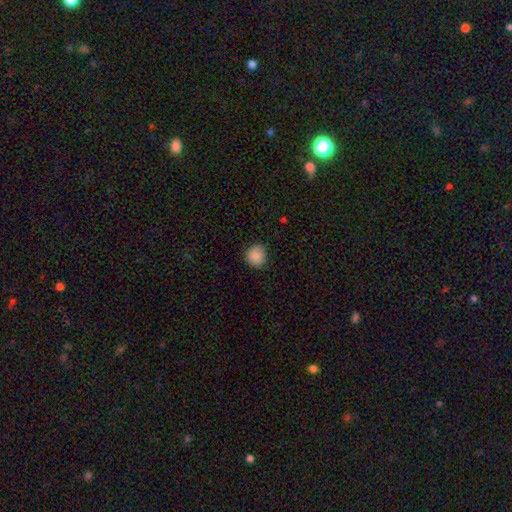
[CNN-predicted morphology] This appears to be a smooth galaxy with no disk features (87%) that is round (85%). Merging: none (84%).